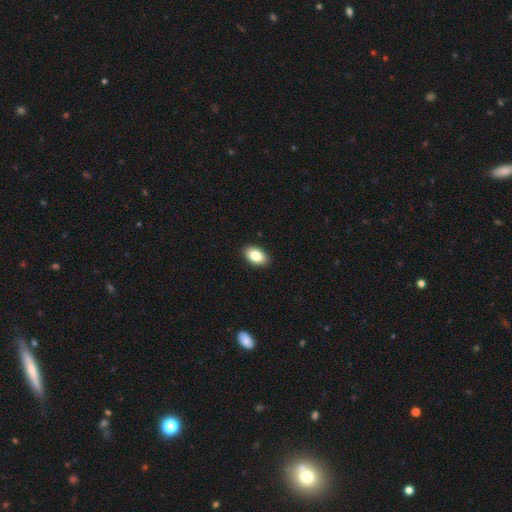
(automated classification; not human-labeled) This is clearly a smooth galaxy (83%). How rounded: clearly in between (91%). Merging: clearly none (91%).